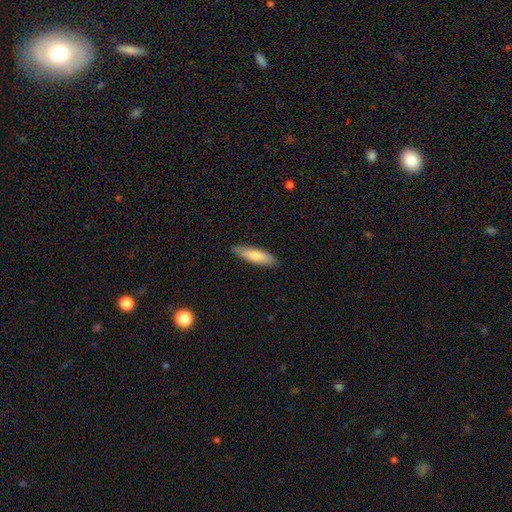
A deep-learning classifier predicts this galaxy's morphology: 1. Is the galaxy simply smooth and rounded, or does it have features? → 77% smooth, 17% featured or disk, 5% star or artifact.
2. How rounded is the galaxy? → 71% cigar-shaped, 27% in between, 1% round.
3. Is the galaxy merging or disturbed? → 88% none, 9% minor disturbance, 2% major disturbance, 1% merger.